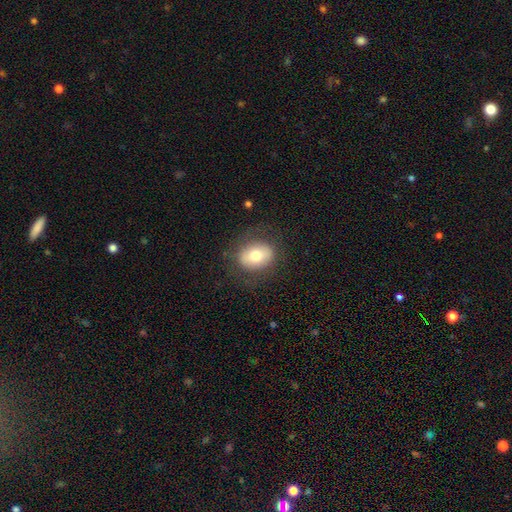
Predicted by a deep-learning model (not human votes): smooth-or-featured: smooth: 69% | featured or disk: 23% | star or artifact: 8%
  how-rounded: in between: 63% | round: 36% | cigar-shaped: 1%
  merging: none: 79% | minor disturbance: 13% | major disturbance: 7% | merger: 1%